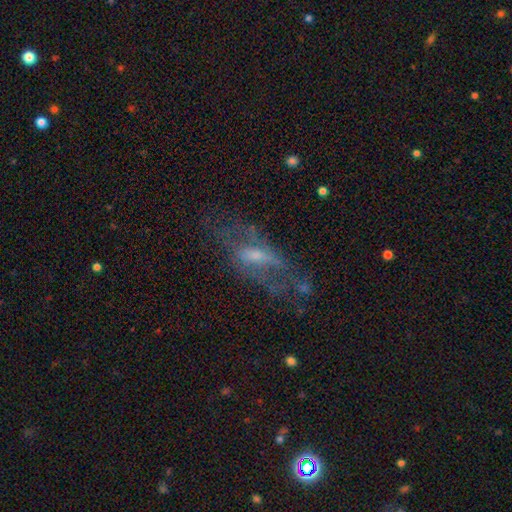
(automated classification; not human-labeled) Smooth or featured?
  - featured or disk: 62% *
  - smooth: 27%
  - star or artifact: 11%
Edge-on disk?
  - no: 77% *
  - yes: 23%
Merging?
  - none: 47% *
  - major disturbance: 29%
  - minor disturbance: 21%
  - merger: 3%